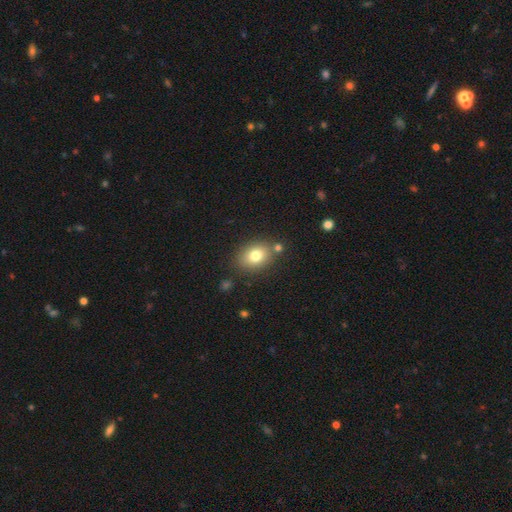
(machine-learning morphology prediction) type=smooth (79%); roundness=in between (67%); merging=none (77%).